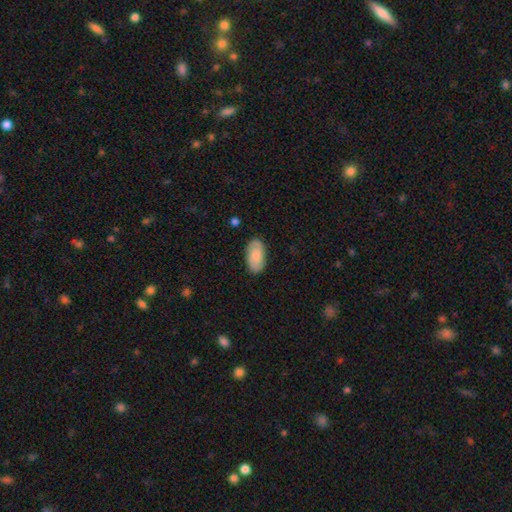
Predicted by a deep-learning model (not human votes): smooth 77%, featured or disk 17%, star or artifact 6%. Down the decision tree: how rounded — in between (94%); merging — none (85%).